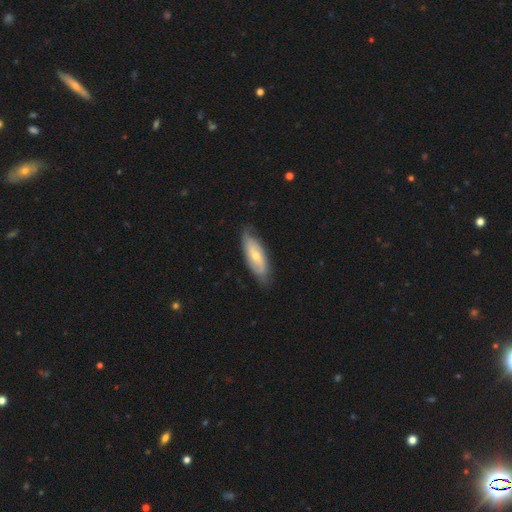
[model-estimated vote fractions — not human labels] Smooth or featured?
  - featured or disk: 48% *
  - smooth: 47%
  - star or artifact: 5%
Merging?
  - none: 76% *
  - minor disturbance: 20%
  - major disturbance: 3%
  - merger: 1%